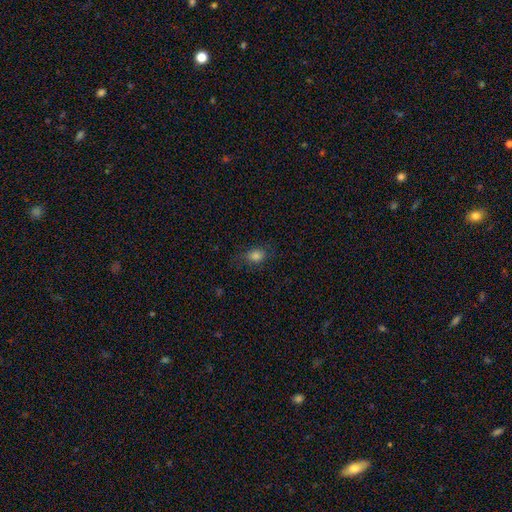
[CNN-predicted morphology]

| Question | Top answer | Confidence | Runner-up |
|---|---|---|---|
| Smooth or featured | smooth | 80% | star or artifact (14%) |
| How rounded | in between | 59% | round (39%) |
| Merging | none | 76% | minor disturbance (17%) |